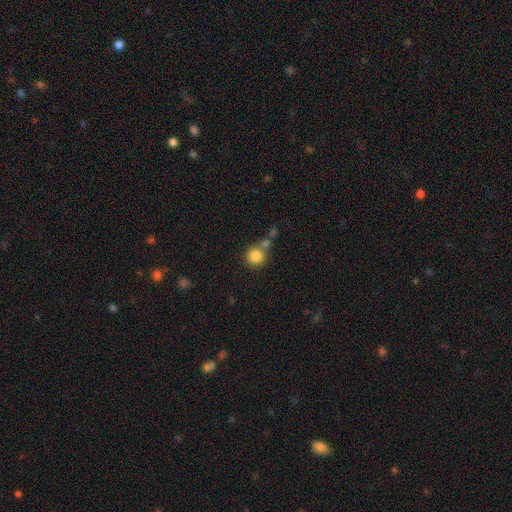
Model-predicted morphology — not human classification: A smooth galaxy with no disk features (84%) that is round (92%). Merging: none (59%).